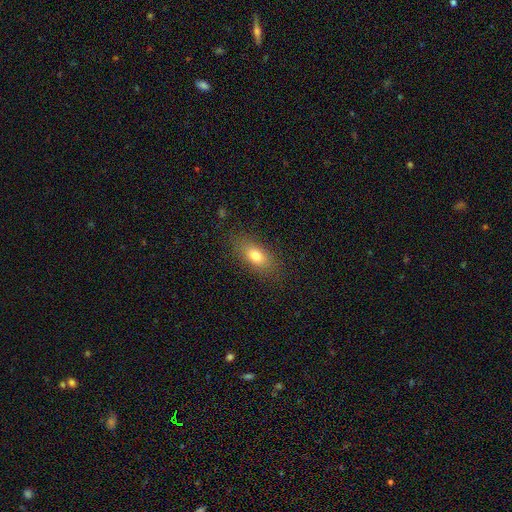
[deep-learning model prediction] This appears to be a smooth galaxy with no disk features (78%) that is in between round and cigar-shaped (81%). Merging: none (84%).